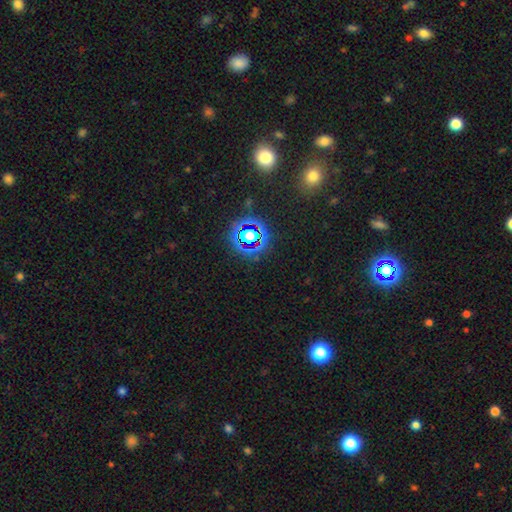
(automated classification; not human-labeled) Overall: star or artifact (65%; smooth 27%).